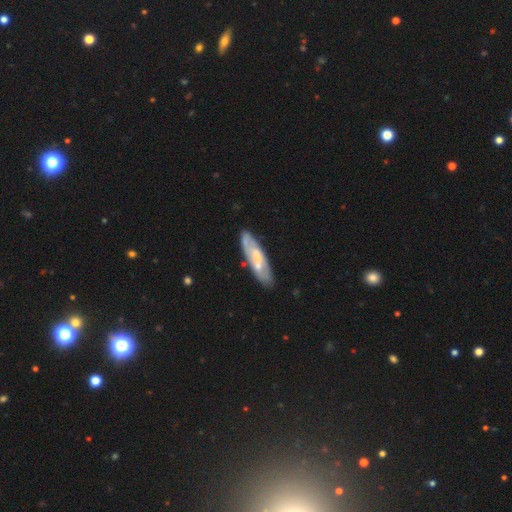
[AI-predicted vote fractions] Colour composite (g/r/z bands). It shows a featured or disk galaxy (56%). Merging: none (75%).